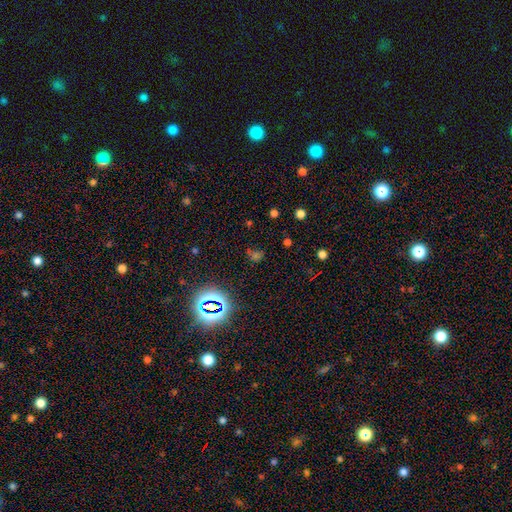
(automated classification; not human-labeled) smooth_or_featured: star or artifact (p=0.64) [alt: smooth p=0.28]